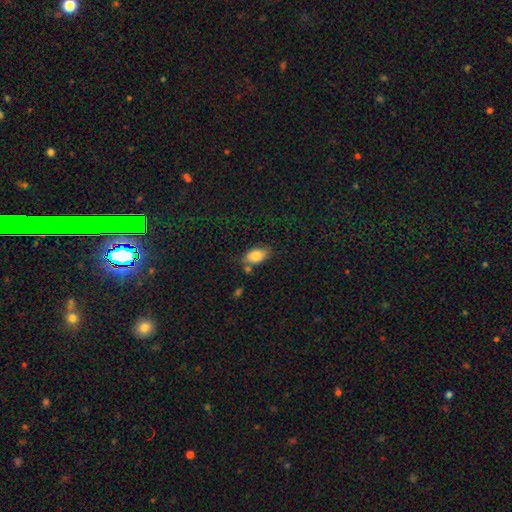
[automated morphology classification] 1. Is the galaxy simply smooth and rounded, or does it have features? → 82% smooth, 10% featured or disk, 8% star or artifact.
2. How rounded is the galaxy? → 92% in between, 5% round, 3% cigar-shaped.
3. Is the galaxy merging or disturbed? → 66% none, 18% minor disturbance, 12% merger, 4% major disturbance.